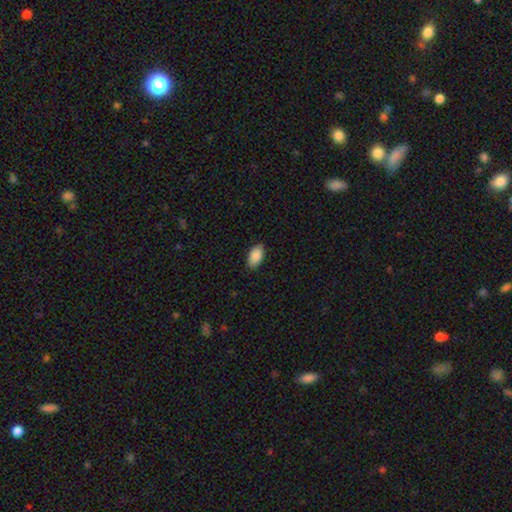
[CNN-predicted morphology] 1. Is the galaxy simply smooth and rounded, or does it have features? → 88% smooth, 6% star or artifact, 6% featured or disk.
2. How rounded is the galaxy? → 95% in between, 3% round, 2% cigar-shaped.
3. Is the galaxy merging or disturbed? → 87% none, 10% minor disturbance, 2% major disturbance, 1% merger.